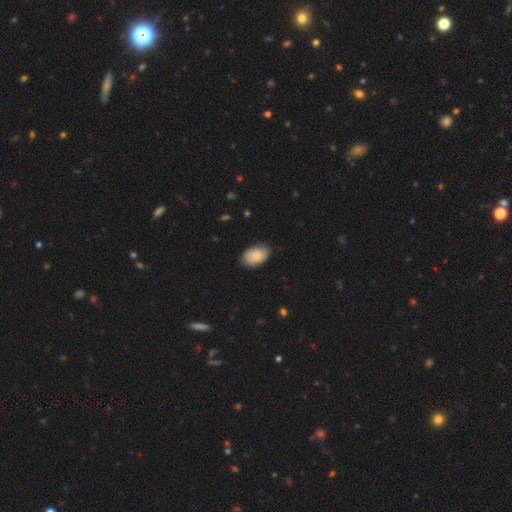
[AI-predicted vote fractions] smooth-or-featured: smooth: 81% | featured or disk: 13% | star or artifact: 6%
  how-rounded: in between: 90% | round: 9% | cigar-shaped: 1%
  merging: none: 76% | minor disturbance: 20% | major disturbance: 3% | merger: 1%